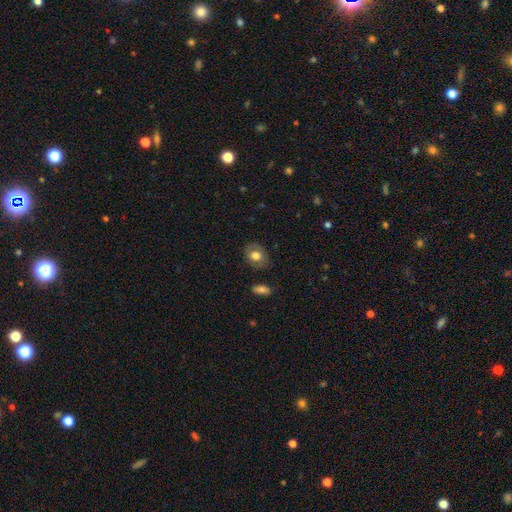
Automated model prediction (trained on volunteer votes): A smooth galaxy with no disk features (69%) that is in between round and cigar-shaped (57%). Merging: none (82%).